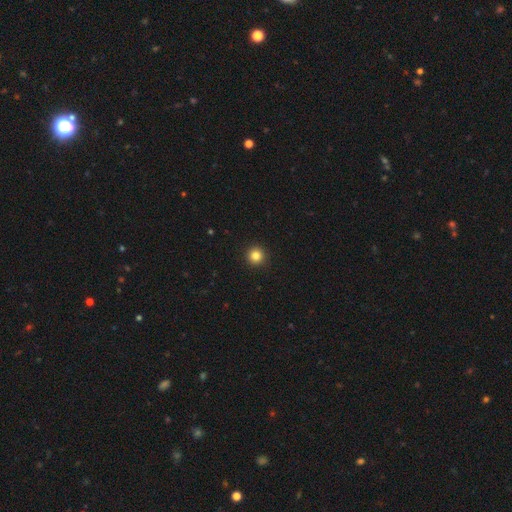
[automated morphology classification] Smooth or featured?
  - smooth: 84% *
  - star or artifact: 12%
  - featured or disk: 5%
How rounded?
  - round: 96% *
  - in between: 3%
  - cigar-shaped: 1%
Merging?
  - none: 94% *
  - minor disturbance: 4%
  - major disturbance: 1%
  - merger: 1%